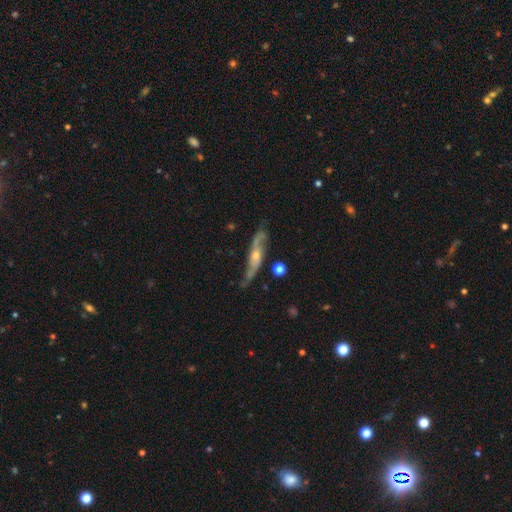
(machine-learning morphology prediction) Smooth or featured?
  - featured or disk: 80% *
  - smooth: 14%
  - star or artifact: 6%
Edge-on disk?
  - no: 63% *
  - yes: 37%
Bar?
  - no: 65% *
  - weak: 26%
  - strong: 9%
Spiral arms?
  - yes: 92% *
  - no: 8%
Bulge size?
  - small: 47% * (tied)
  - moderate: 47% * (tied)
  - large: 2%
  - none: 2%
  - dominant: 1%
Merging?
  - none: 70% *
  - minor disturbance: 21%
  - major disturbance: 7%
  - merger: 3%